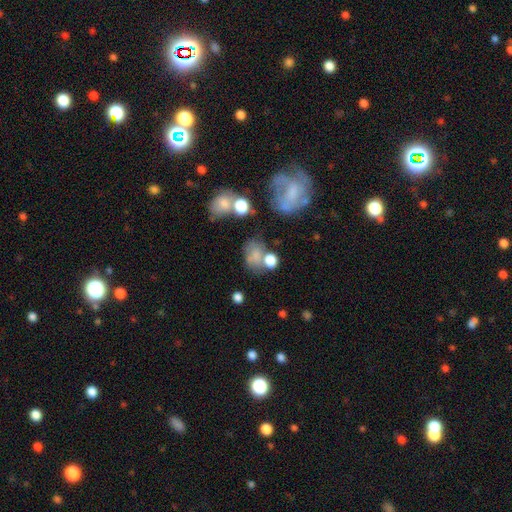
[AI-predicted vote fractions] smooth-or-featured: smooth: 66% | featured or disk: 19% | star or artifact: 16%
  how-rounded: in between: 57% | round: 42% | cigar-shaped: 2%
  merging: none: 40% | merger: 25% | minor disturbance: 20% | major disturbance: 16%